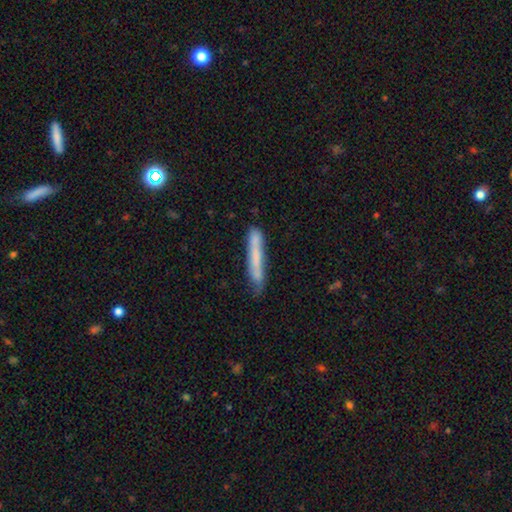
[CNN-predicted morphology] Smooth or featured? Predicted: smooth (p=0.64). How rounded? Predicted: cigar-shaped (p=0.95). Merging? Predicted: none (p=0.69).